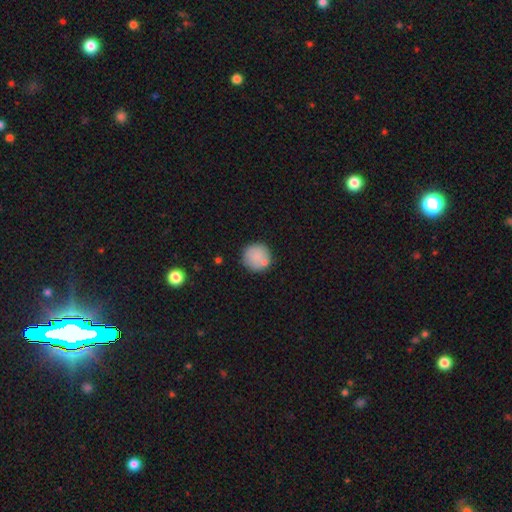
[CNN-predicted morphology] Smooth or featured: smooth — 83% (featured or disk — 9%)
How rounded: round — 94% (in between — 5%)
Merging: none — 78% (minor disturbance — 12%)